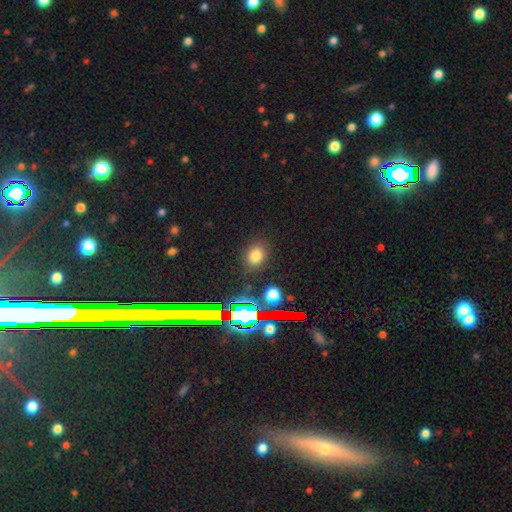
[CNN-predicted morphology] type=smooth (73%); roundness=round (53%); merging=none (85%).